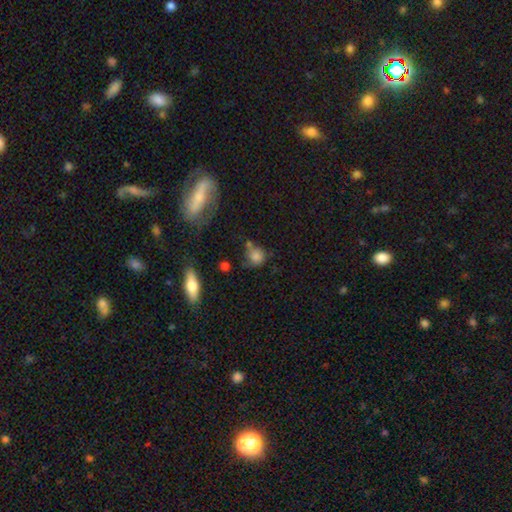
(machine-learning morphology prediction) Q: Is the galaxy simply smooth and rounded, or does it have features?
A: smooth — 77%.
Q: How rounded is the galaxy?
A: round — 78%.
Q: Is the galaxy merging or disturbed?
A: none — 50%.